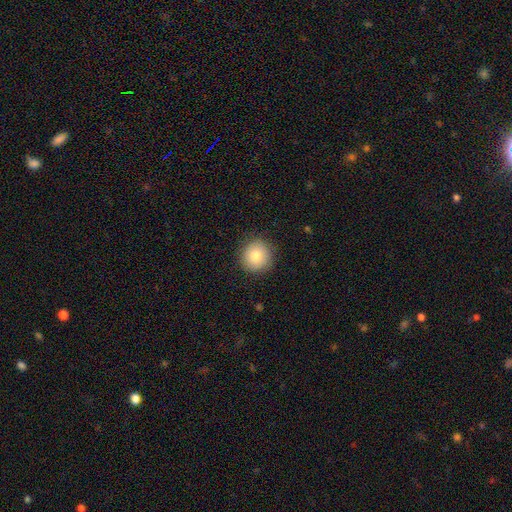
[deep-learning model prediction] A smooth galaxy with no disk features (81%) that is round (92%).

Vote fractions:
- Smooth or featured? smooth: 81% / featured or disk: 10% / star or artifact: 9%
- How rounded? round: 92% / in between: 7% / cigar-shaped: 1%
- Merging? none: 88% / minor disturbance: 8% / major disturbance: 2% / merger: 1%